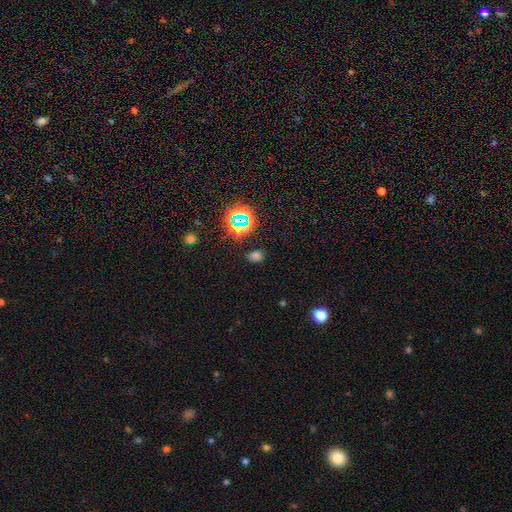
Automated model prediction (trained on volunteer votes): smooth-or-featured: smooth: 63% | star or artifact: 32% | featured or disk: 5%
  how-rounded: in between: 65% | round: 33% | cigar-shaped: 2%
  merging: none: 84% | minor disturbance: 11% | major disturbance: 4% | merger: 2%